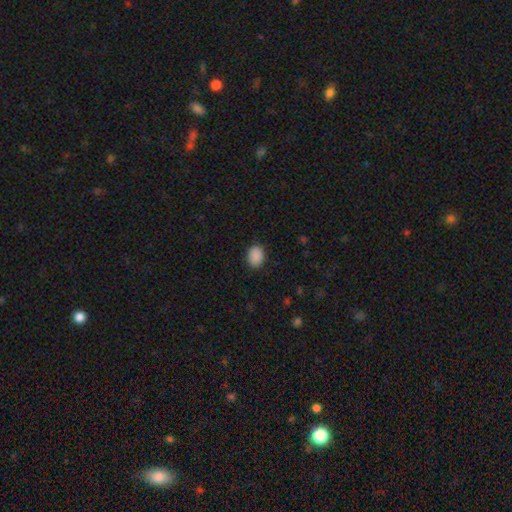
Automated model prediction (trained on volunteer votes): Overall: smooth (89%). How rounded: in between (62%; round 37%). Merging: none (88%).